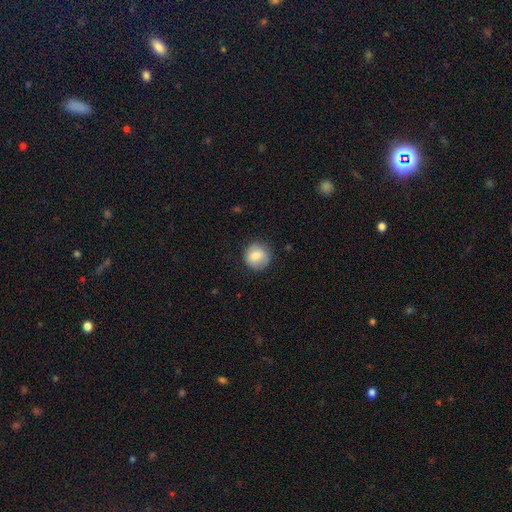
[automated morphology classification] The model was most divided on "smooth or featured": smooth: 81%, featured or disk: 12%, star or artifact: 8%. More confident: how rounded — round (92%); merging — none (83%).